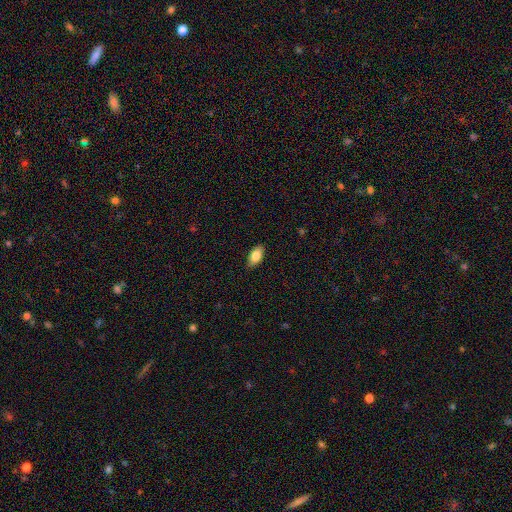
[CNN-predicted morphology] Smooth or featured?
  - smooth: 82% *
  - featured or disk: 11%
  - star or artifact: 7%
How rounded?
  - in between: 91% *
  - cigar-shaped: 5%
  - round: 3%
Merging?
  - none: 88% *
  - minor disturbance: 9%
  - major disturbance: 2%
  - merger: 1%